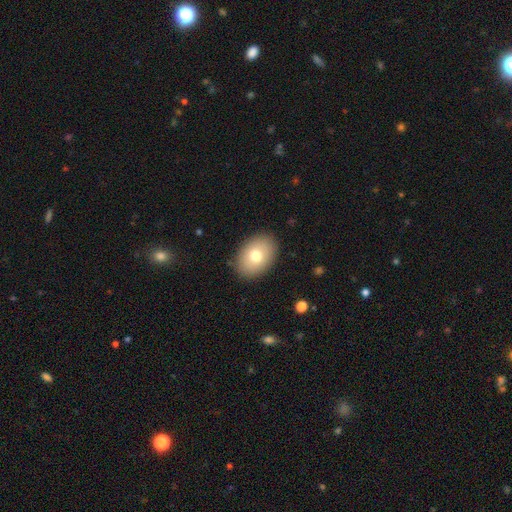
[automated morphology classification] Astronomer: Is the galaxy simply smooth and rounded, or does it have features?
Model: smooth — 75%.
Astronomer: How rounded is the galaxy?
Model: in between — 80%.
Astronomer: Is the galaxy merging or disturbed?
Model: none — 88%.